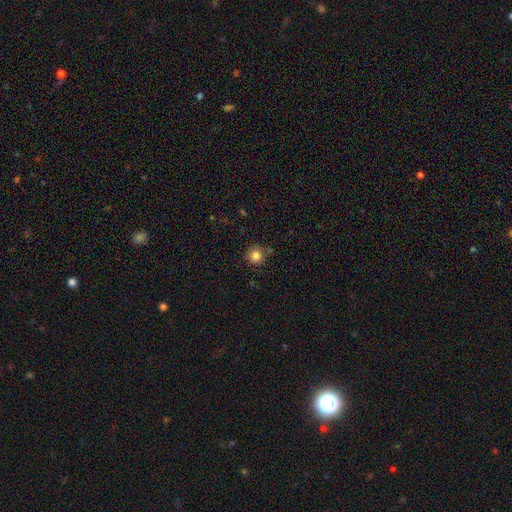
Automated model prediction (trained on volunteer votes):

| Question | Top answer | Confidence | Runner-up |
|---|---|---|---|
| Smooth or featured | smooth | 83% | star or artifact (11%) |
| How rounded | round | 93% | in between (6%) |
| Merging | none | 80% | minor disturbance (12%) |